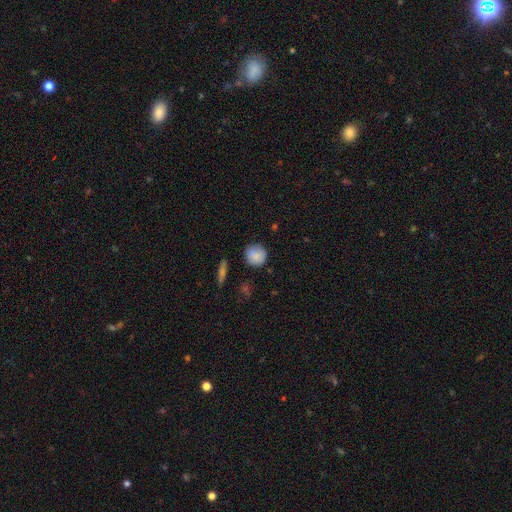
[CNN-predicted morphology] Smooth or featured? smooth (86%)
How rounded? round (91%)
Merging? none (84%)